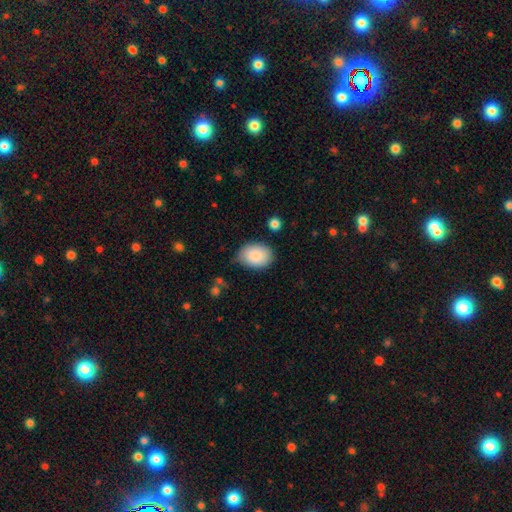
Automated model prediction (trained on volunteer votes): This appears to be a smooth galaxy with no disk features (88%) that is in between round and cigar-shaped (77%). Merging: none (74%).